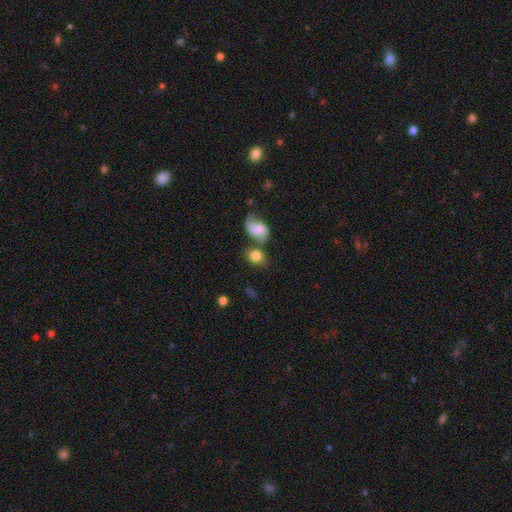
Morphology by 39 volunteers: Smooth or featured? smooth (77%)
How rounded? round (67%)
Merging? none (46%)